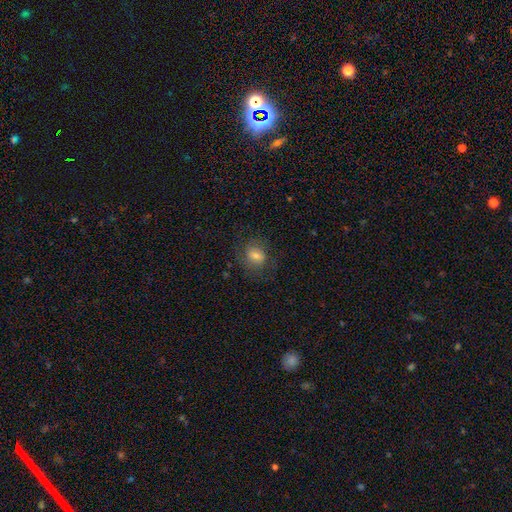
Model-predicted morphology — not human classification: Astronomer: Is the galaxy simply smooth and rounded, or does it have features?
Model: smooth — 67%.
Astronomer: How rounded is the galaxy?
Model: round — 55% (runner-up: in between, 43%).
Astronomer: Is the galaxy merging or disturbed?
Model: none — 75%.